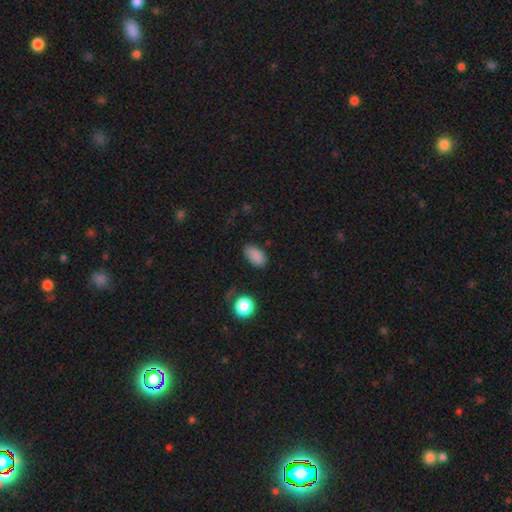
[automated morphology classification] Smooth or featured? smooth (86%)
How rounded? in between (92%)
Merging? none (81%)